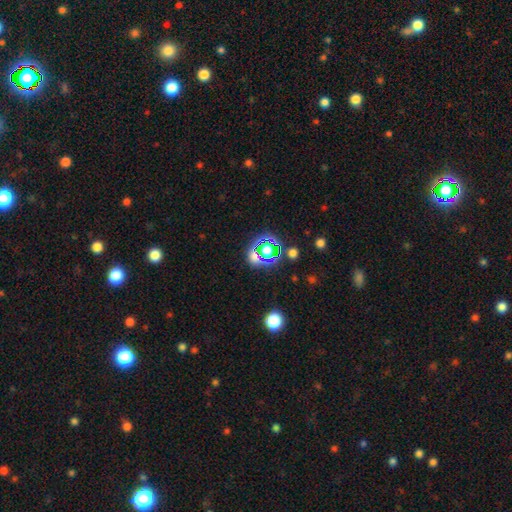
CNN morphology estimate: A star or artifact, not a galaxy (48%).